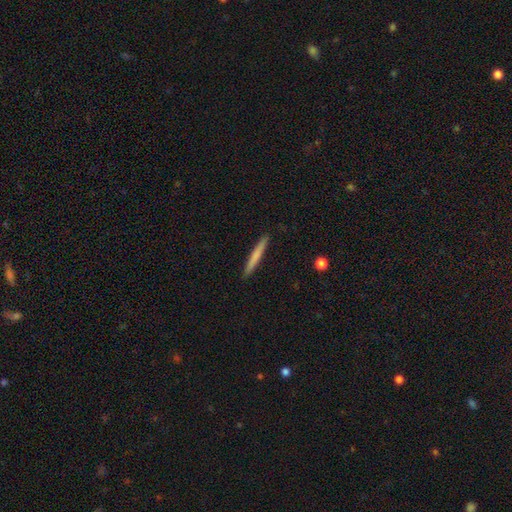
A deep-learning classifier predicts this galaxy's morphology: A smooth galaxy with no disk features (69%) that is cigar-shaped (97%).

Vote fractions:
- Smooth or featured? smooth: 69% / featured or disk: 25% / star or artifact: 5%
- How rounded? cigar-shaped: 97% / in between: 2% / round: 1%
- Merging? none: 92% / minor disturbance: 6% / major disturbance: 1% / merger: 1%